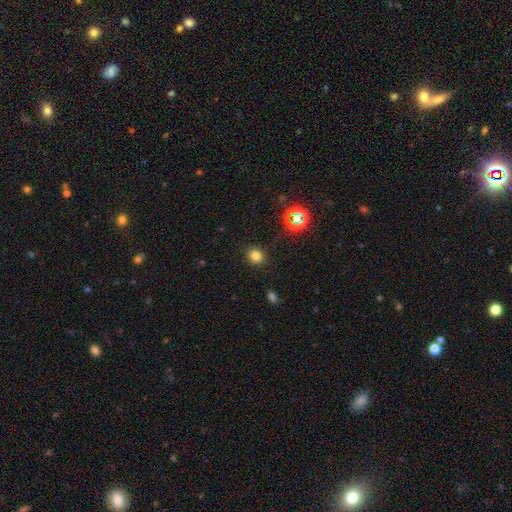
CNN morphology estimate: smooth 77%, star or artifact 17%, featured or disk 6%. Down the decision tree: how rounded — round (86%); merging — none (90%).